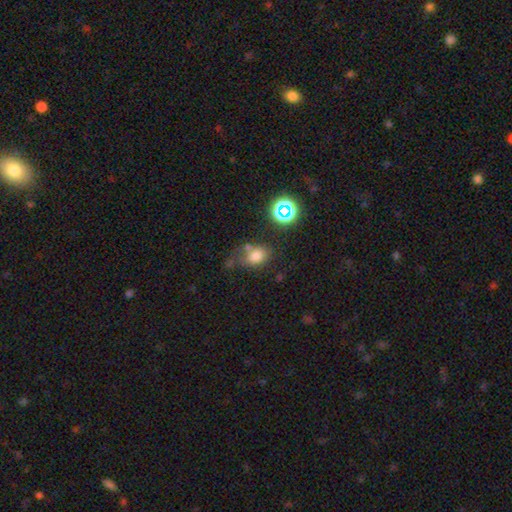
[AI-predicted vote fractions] A smooth galaxy with no disk features (72%) that is in between round and cigar-shaped (64%). Merging: none (47%).